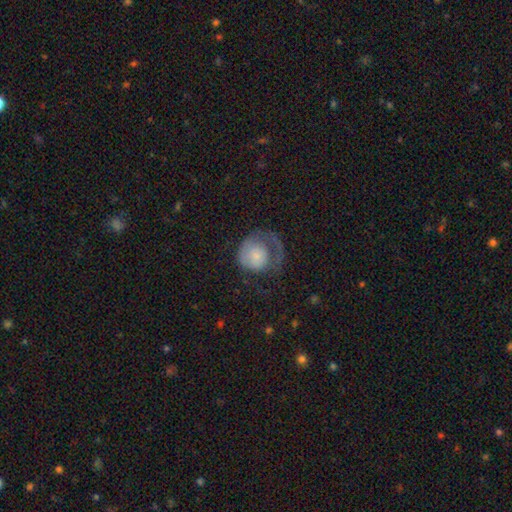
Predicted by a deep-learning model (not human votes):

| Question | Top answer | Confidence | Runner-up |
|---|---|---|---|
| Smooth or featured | smooth | 50% | featured or disk (43%) |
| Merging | major disturbance | 50% | none (31%) |